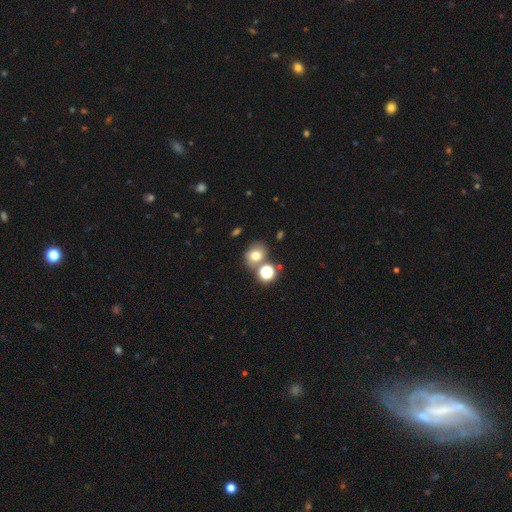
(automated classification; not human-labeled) smooth 71%, star or artifact 16%, featured or disk 13%. Down the decision tree: how rounded — round (60%); merging — none (58%).